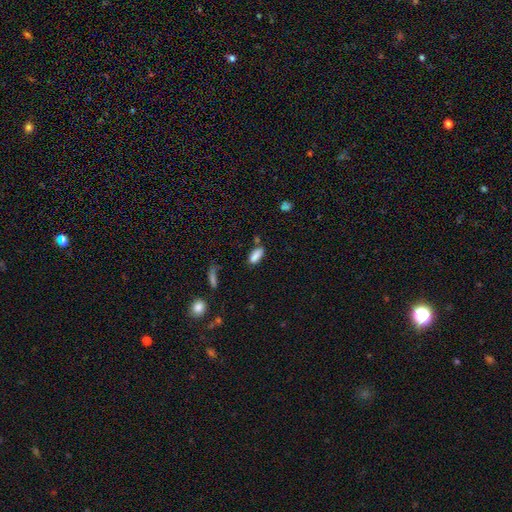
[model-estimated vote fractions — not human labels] Q: Smooth or featured?
A: smooth (85%); runner-up: star or artifact (9%)
Q: How rounded?
A: in between (81%); runner-up: cigar-shaped (17%)
Q: Merging?
A: none (66%); runner-up: minor disturbance (20%)